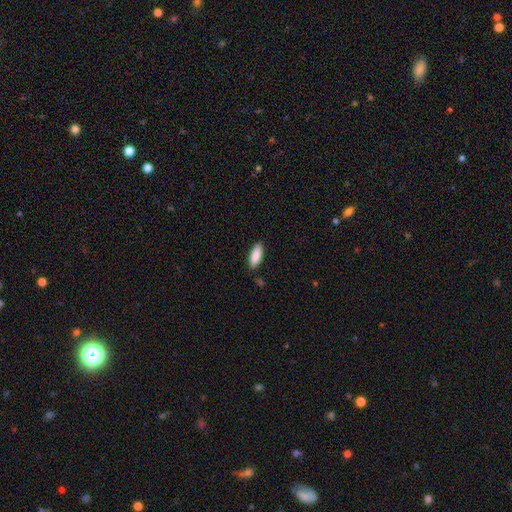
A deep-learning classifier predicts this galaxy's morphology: smooth_or_featured: smooth (p=0.88) [alt: star or artifact p=0.06]
how_rounded: in between (p=0.70) [alt: cigar-shaped p=0.28]
merging: none (p=0.84) [alt: minor disturbance p=0.12]